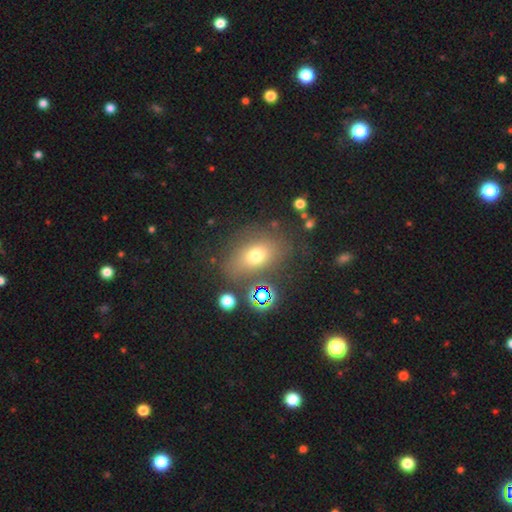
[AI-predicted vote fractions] Overall: smooth (67%). How rounded: in between (75%). Merging: none (72%).